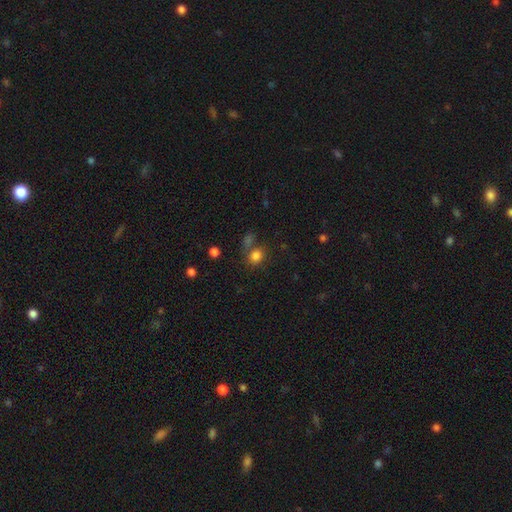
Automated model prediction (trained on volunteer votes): Overall: smooth (81%). How rounded: round (76%). Merging: none (63%).